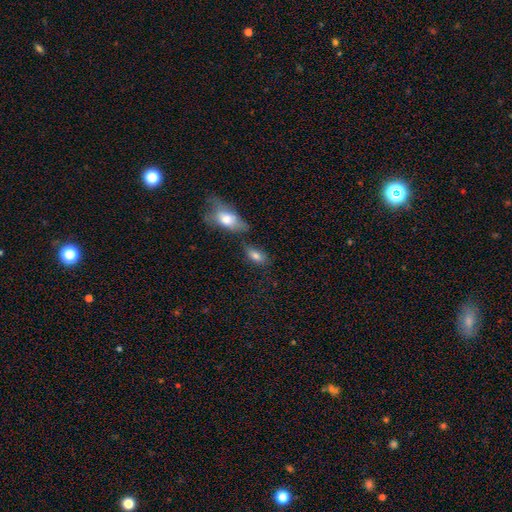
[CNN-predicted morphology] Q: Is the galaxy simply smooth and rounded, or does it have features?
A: smooth — 78%.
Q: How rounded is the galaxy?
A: in between — 88%.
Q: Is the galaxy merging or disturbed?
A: none — 58%.